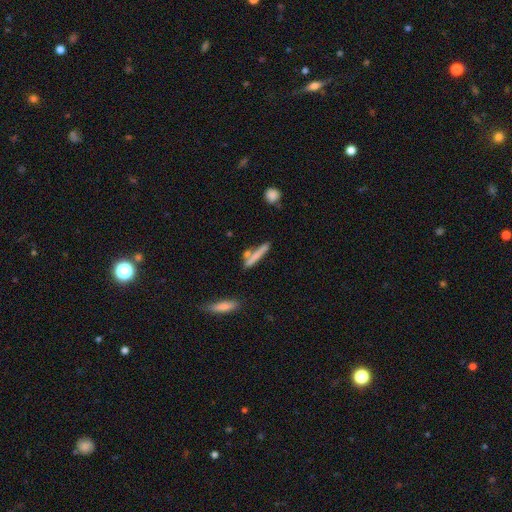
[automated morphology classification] Smooth or featured: smooth — 67% (featured or disk — 26%)
How rounded: cigar-shaped — 91% (in between — 7%)
Merging: none — 68% (merger — 16%)